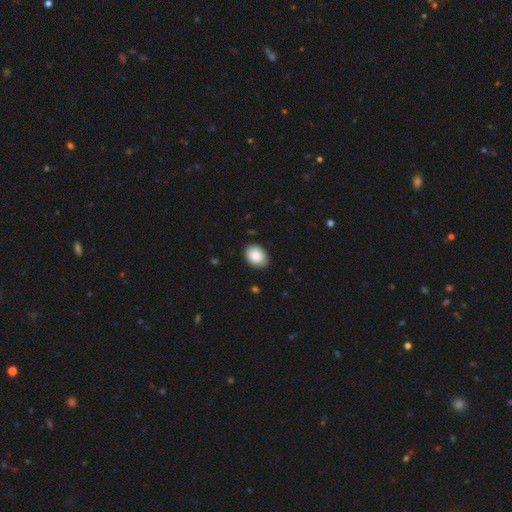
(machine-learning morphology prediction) Q: Smooth or featured?
A: smooth (84%); runner-up: featured or disk (9%)
Q: How rounded?
A: in between (67%); runner-up: round (33%)
Q: Merging?
A: none (85%); runner-up: minor disturbance (12%)